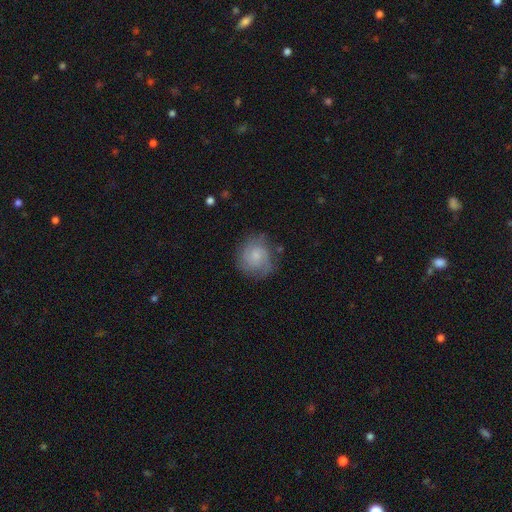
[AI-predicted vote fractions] Q: Smooth or featured?
A: featured or disk (58%); runner-up: smooth (34%)
Q: Edge-on disk?
A: no (98%); runner-up: yes (2%)
Q: Bar?
A: no (71%); runner-up: weak (26%)
Q: Spiral arms?
A: yes (91%); runner-up: no (9%)
Q: Spiral winding?
A: tight (54%); runner-up: medium (36%)
Q: Spiral arm count?
A: 2 (39%); runner-up: can't tell (26%)
Q: Bulge size?
A: small (53%); runner-up: moderate (24%)
Q: Merging?
A: none (75%); runner-up: minor disturbance (17%)